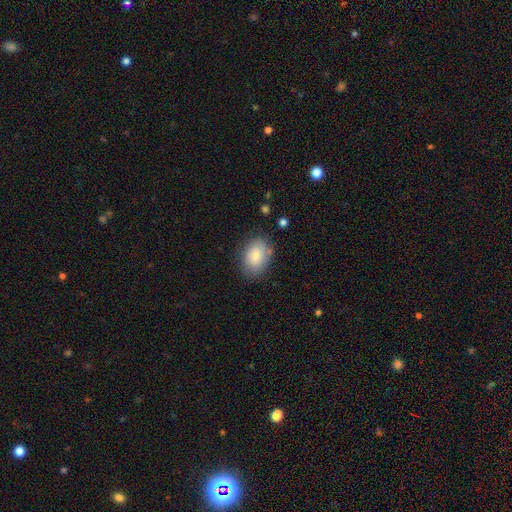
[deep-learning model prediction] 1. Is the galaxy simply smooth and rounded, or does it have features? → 81% smooth, 12% featured or disk, 7% star or artifact.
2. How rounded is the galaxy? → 79% in between, 20% round, 1% cigar-shaped.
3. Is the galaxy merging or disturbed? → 78% none, 16% minor disturbance, 4% major disturbance, 2% merger.